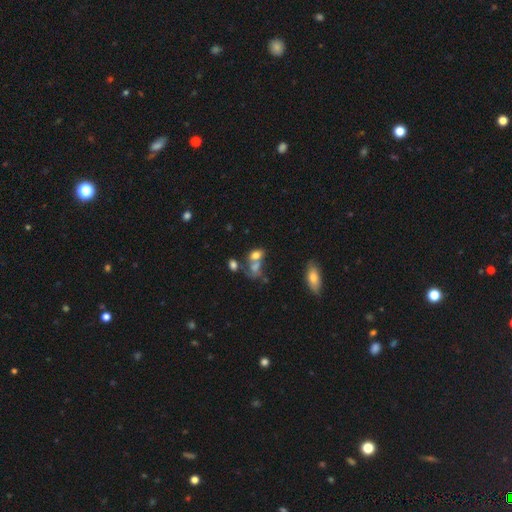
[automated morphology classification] type=smooth (68%); roundness=in between (78%); merging=merger (46%).